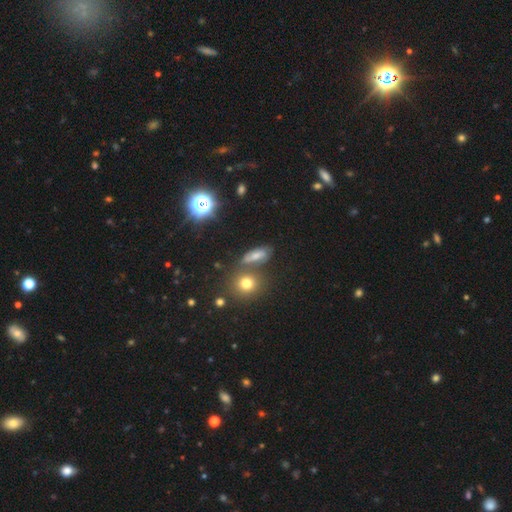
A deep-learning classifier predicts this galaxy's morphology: This appears to be a smooth galaxy with no disk features (56%) that is in between round and cigar-shaped (57%). Merging: none (64%).